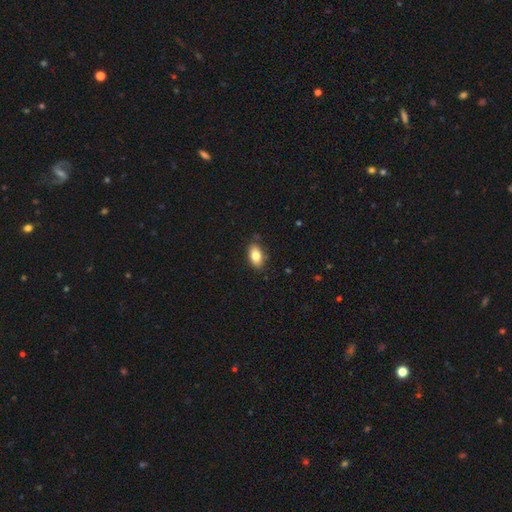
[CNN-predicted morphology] This is clearly a smooth galaxy (80%). How rounded: clearly in between (90%). Merging: clearly none (83%).